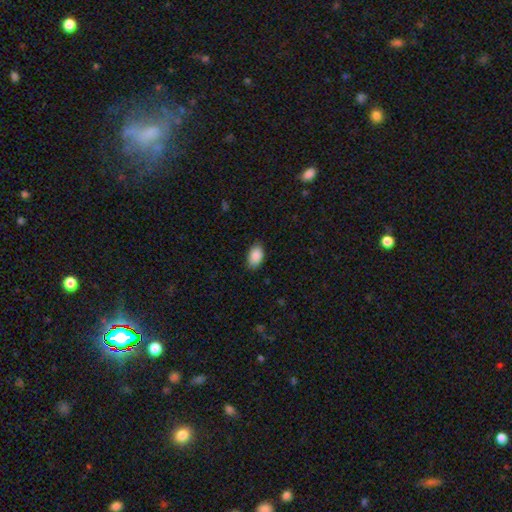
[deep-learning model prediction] smooth_or_featured: smooth (p=0.90) [alt: star or artifact p=0.07]
how_rounded: in between (p=0.91) [alt: round p=0.07]
merging: none (p=0.83) [alt: minor disturbance p=0.13]